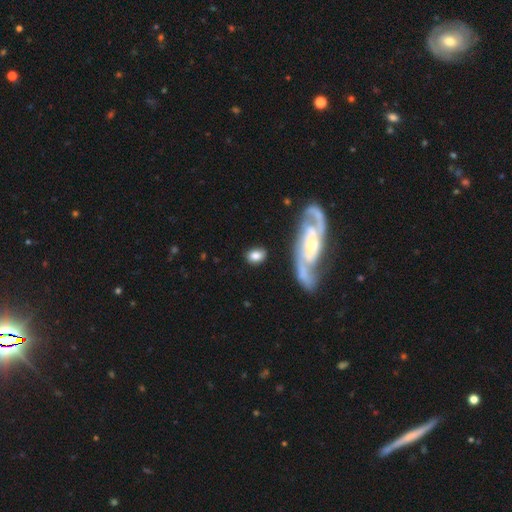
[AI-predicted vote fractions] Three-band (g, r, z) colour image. It shows a smooth galaxy with no disk features (73%) that is in between round and cigar-shaped (76%). Merging: none (72%).